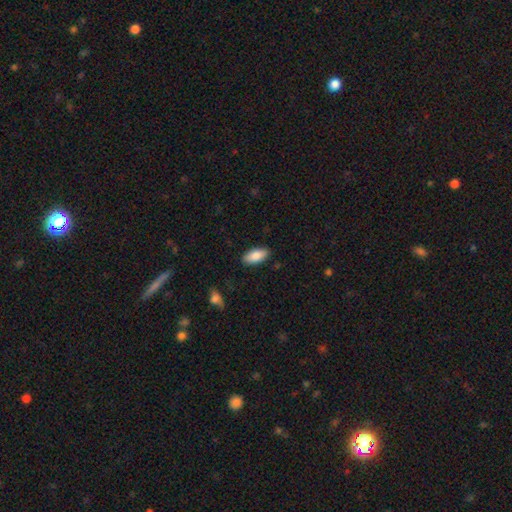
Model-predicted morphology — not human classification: Smooth or featured: smooth — 86% (featured or disk — 8%)
How rounded: in between — 89% (cigar-shaped — 9%)
Merging: none — 88% (minor disturbance — 9%)